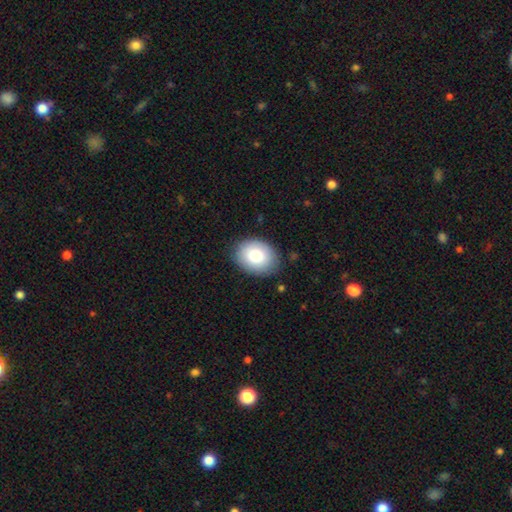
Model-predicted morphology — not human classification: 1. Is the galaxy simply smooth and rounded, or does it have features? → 81% smooth, 11% featured or disk, 7% star or artifact.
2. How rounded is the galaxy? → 62% in between, 38% round, 1% cigar-shaped.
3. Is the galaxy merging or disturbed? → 85% none, 11% minor disturbance, 3% major disturbance, 1% merger.